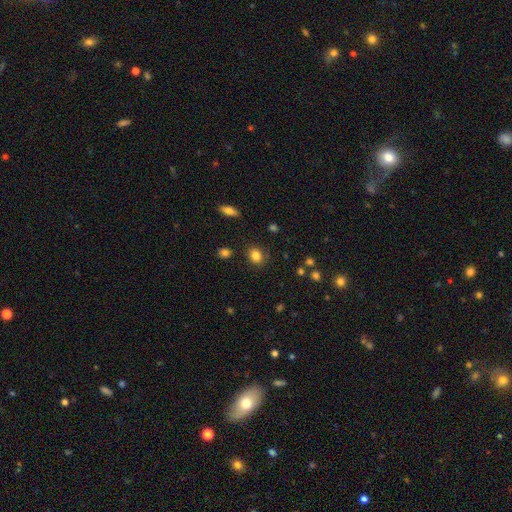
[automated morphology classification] smooth-or-featured: smooth: 84% | star or artifact: 11% | featured or disk: 5%
  how-rounded: round: 62% | in between: 37% | cigar-shaped: 1%
  merging: none: 84% | minor disturbance: 11% | major disturbance: 3% | merger: 2%